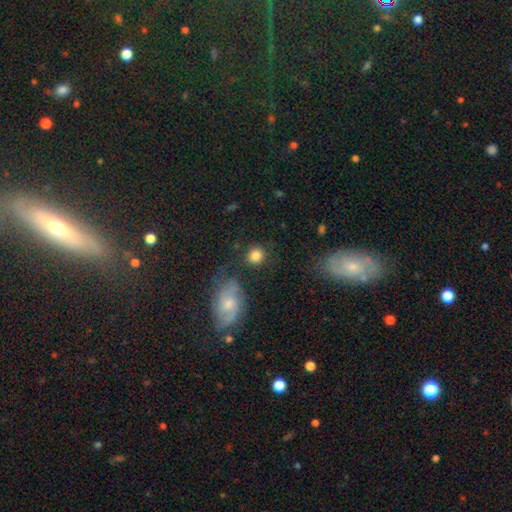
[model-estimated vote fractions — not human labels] Morphology: type=smooth (83%); roundness=round (87%); merging=none (78%).